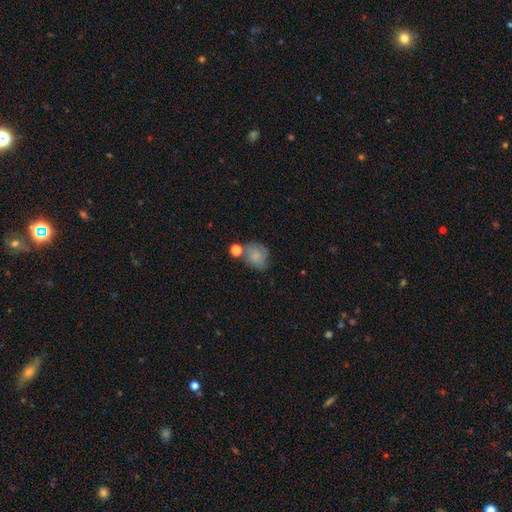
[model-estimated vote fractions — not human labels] A smooth galaxy with no disk features (72%) that is round (55%). Merging: none (49%).